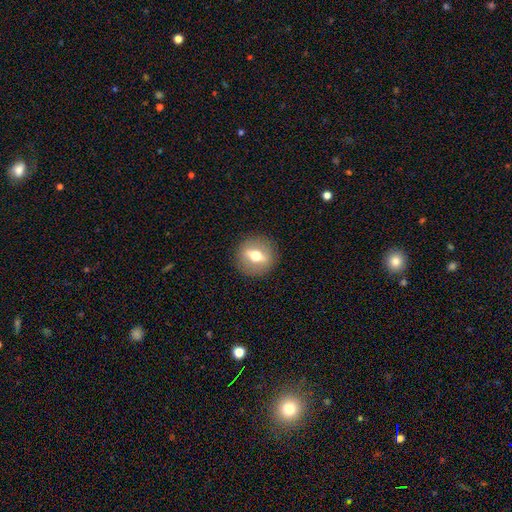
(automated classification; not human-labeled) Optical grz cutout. It shows a featured or disk galaxy (50%). Merging: none (89%).